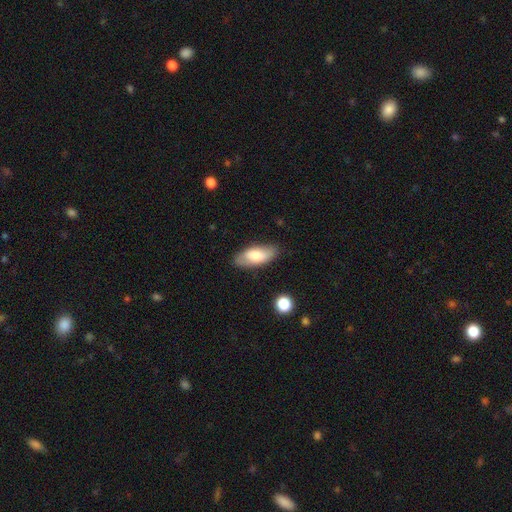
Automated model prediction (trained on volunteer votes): smooth_or_featured: smooth (p=0.72) [alt: featured or disk p=0.21]
how_rounded: in between (p=0.84) [alt: cigar-shaped p=0.13]
merging: none (p=0.79) [alt: minor disturbance p=0.16]